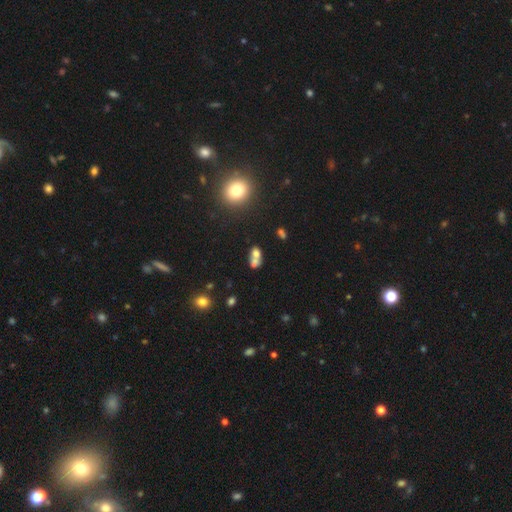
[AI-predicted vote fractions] Smooth or featured? Predicted: smooth (p=0.66). How rounded? Predicted: in between (p=0.56). Merging? Predicted: merger (p=0.63).